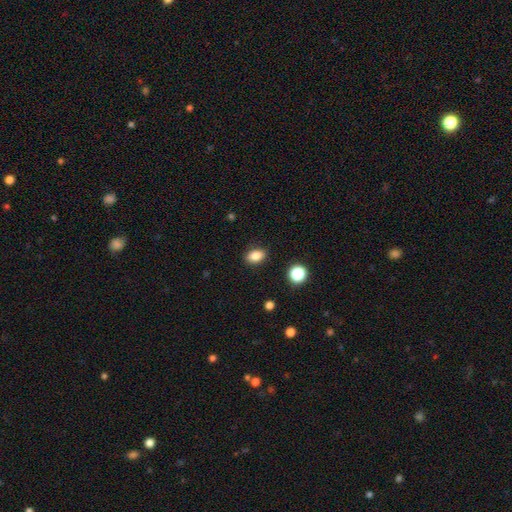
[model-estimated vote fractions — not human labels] smooth_or_featured: smooth (p=0.85) [alt: star or artifact p=0.10]
how_rounded: in between (p=0.82) [alt: round p=0.17]
merging: none (p=0.88) [alt: minor disturbance p=0.08]